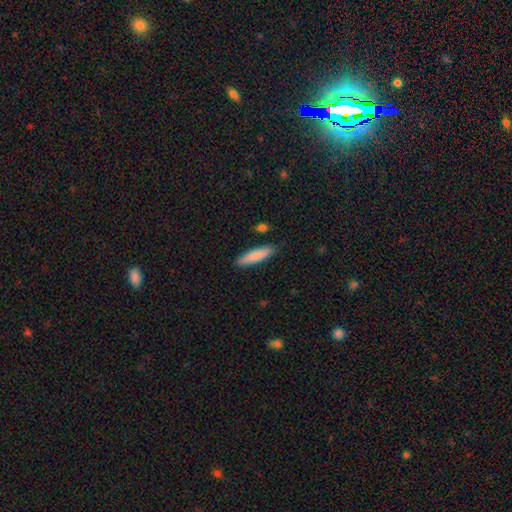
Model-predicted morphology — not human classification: This appears to be a smooth galaxy with no disk features (84%) that is cigar-shaped (77%). Merging: none (87%).